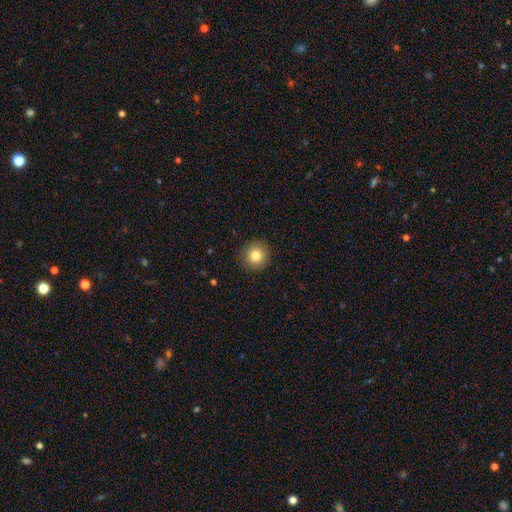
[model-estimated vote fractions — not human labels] smooth_or_featured: smooth (p=0.81) [alt: star or artifact p=0.10]
how_rounded: round (p=0.94) [alt: in between p=0.05]
merging: none (p=0.91) [alt: minor disturbance p=0.06]